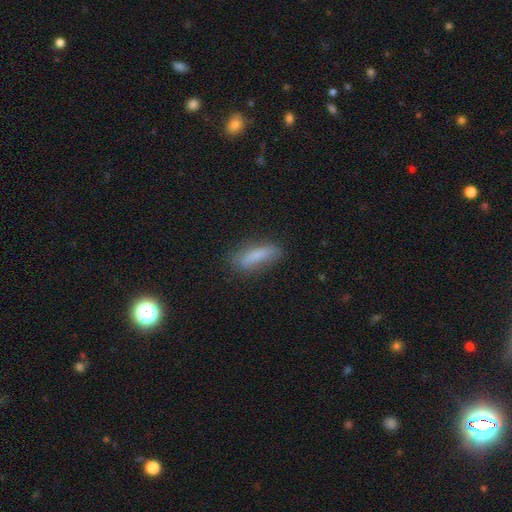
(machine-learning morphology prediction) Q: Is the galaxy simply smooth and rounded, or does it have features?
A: smooth — 75%.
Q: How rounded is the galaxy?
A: cigar-shaped — 64%.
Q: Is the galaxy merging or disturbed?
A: none — 75%.